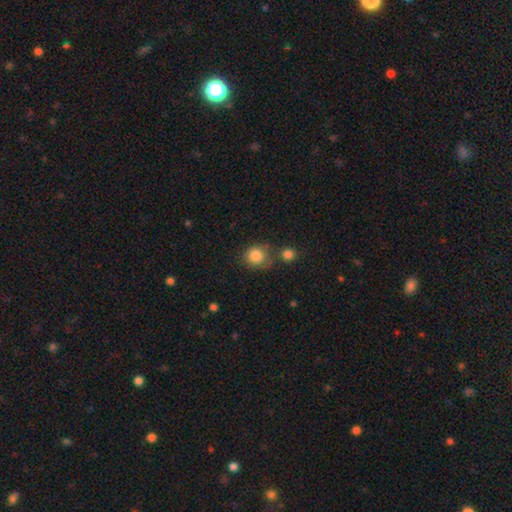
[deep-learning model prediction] Morphology: type=smooth (85%); roundness=round (84%); merging=none (58%).